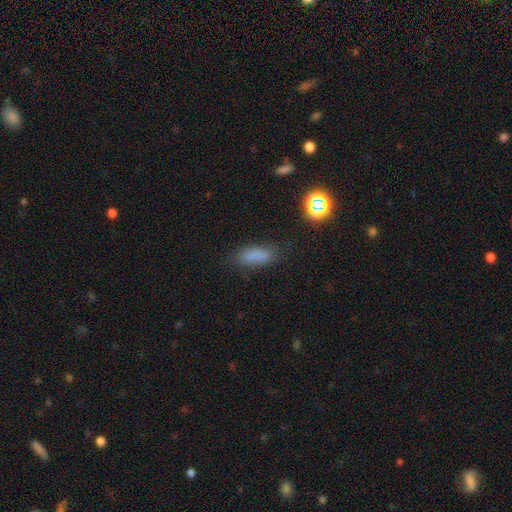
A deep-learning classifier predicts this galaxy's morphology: A smooth galaxy with no disk features (77%) that is in between round and cigar-shaped (75%).

Vote fractions:
- Smooth or featured? smooth: 77% / star or artifact: 14% / featured or disk: 8%
- How rounded? in between: 75% / cigar-shaped: 20% / round: 4%
- Merging? none: 71% / minor disturbance: 19% / major disturbance: 7% / merger: 3%